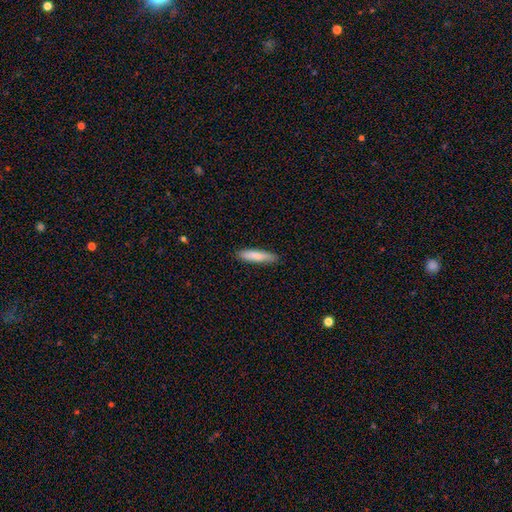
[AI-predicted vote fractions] Smooth or featured? smooth (83%)
How rounded? cigar-shaped (80%)
Merging? none (88%)